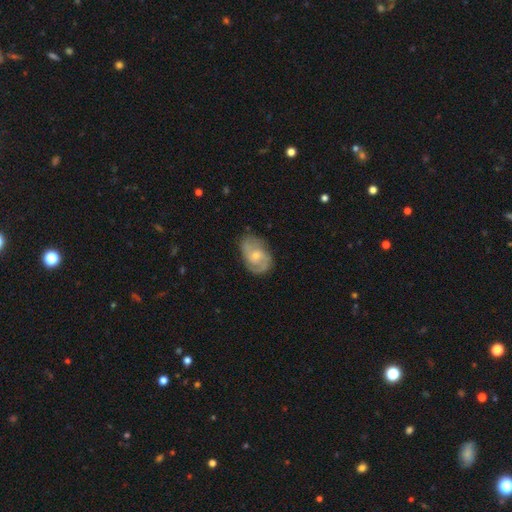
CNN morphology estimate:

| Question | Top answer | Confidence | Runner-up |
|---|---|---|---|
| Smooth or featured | featured or disk | 74% | smooth (20%) |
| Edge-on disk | no | 97% | yes (3%) |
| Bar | no | 55% | weak (39%) |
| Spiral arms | yes | 92% | no (8%) |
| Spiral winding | medium | 48% | tight (33%) |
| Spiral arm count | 2 | 71% | can't tell (14%) |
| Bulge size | small | 55% | moderate (40%) |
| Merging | none | 70% | minor disturbance (21%) |